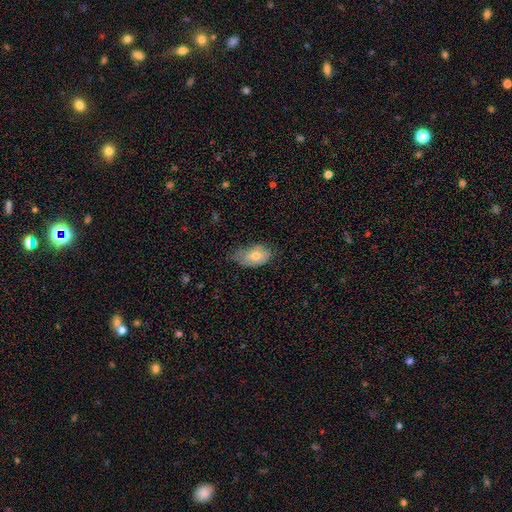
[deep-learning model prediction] Smooth or featured? smooth (63%)
How rounded? in between (91%)
Merging? none (43%)